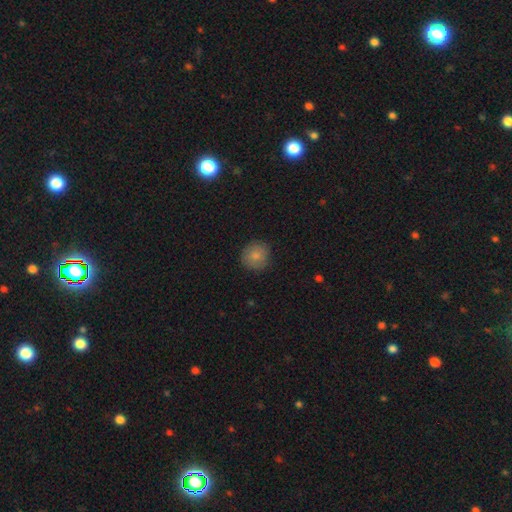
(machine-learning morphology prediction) Overall: smooth (82%). How rounded: round (91%). Merging: none (86%).